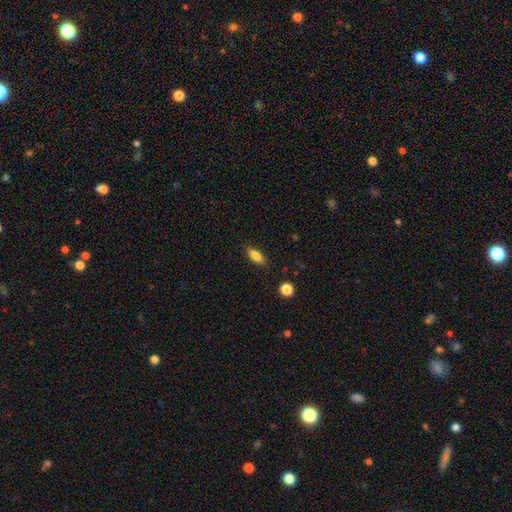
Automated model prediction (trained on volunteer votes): Overall: smooth (84%). How rounded: in between (80%). Merging: none (86%).